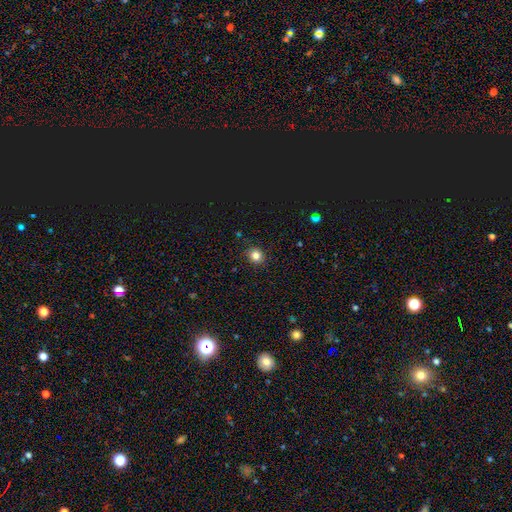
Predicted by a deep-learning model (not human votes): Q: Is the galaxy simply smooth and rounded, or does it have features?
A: smooth — 82%.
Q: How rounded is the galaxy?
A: round — 82%.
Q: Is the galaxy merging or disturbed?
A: none — 90%.